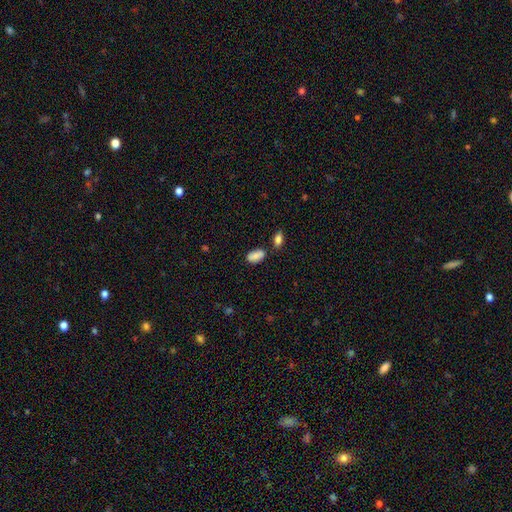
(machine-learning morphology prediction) Smooth or featured? Predicted: smooth (p=0.84). How rounded? Predicted: in between (p=0.92). Merging? Predicted: none (p=0.61).